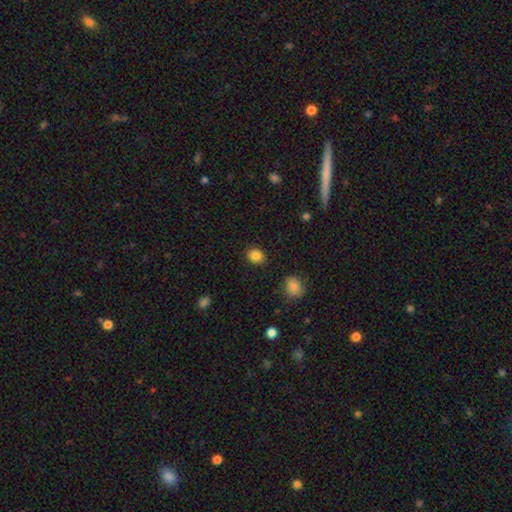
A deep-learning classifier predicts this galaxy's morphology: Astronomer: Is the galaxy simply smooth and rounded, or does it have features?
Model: smooth — 85%.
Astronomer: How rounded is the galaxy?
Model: round — 63%.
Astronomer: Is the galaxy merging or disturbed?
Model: none — 88%.